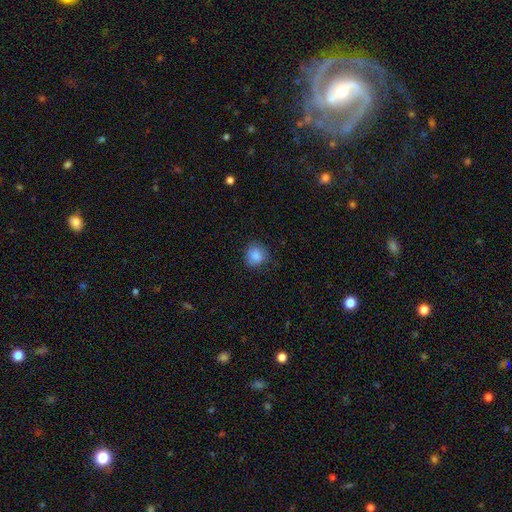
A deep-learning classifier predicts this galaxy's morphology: smooth 86%, star or artifact 9%, featured or disk 5%. Down the decision tree: how rounded — round (76%); merging — none (76%).